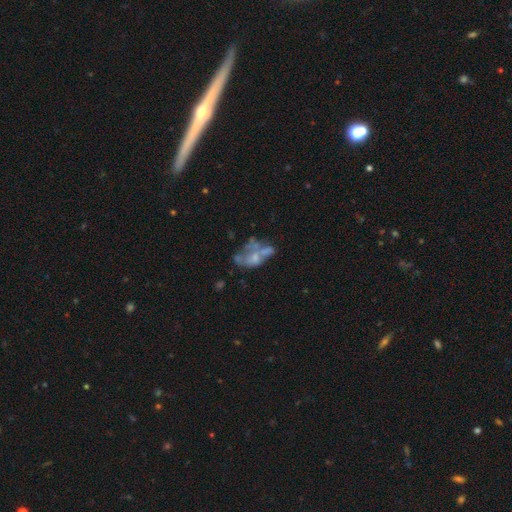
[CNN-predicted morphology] Smooth or featured?
  - featured or disk: 57% *
  - smooth: 28%
  - star or artifact: 14%
Edge-on disk?
  - no: 97% *
  - yes: 3%
Bar?
  - no: 91% *
  - weak: 7%
  - strong: 2%
Spiral arms?
  - no: 91% *
  - yes: 9%
Bulge size?
  - none: 49% *
  - moderate: 24%
  - small: 22%
  - large: 4%
  - dominant: 2%
Merging?
  - merger: 33% *
  - major disturbance: 27%
  - none: 26%
  - minor disturbance: 15%